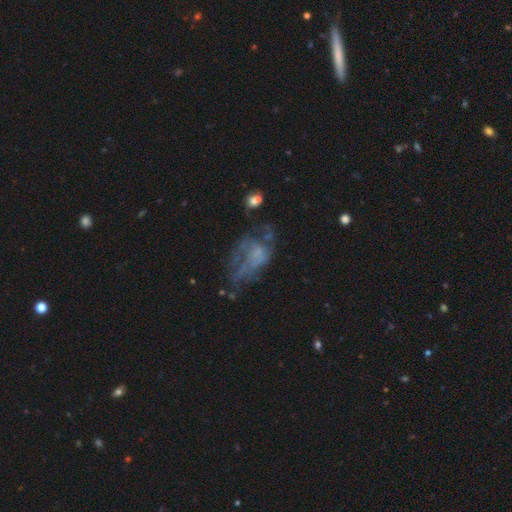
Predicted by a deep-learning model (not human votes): smooth_or_featured: featured or disk (p=0.55) [alt: smooth p=0.28]
disk_edge_on: no (p=0.97) [alt: yes p=0.03]
bar: no (p=0.85) [alt: weak p=0.13]
has_spiral_arms: no (p=0.73) [alt: yes p=0.27]
bulge_size: none (p=0.62) [alt: small p=0.18]
merging: major disturbance (p=0.44) [alt: none p=0.29]